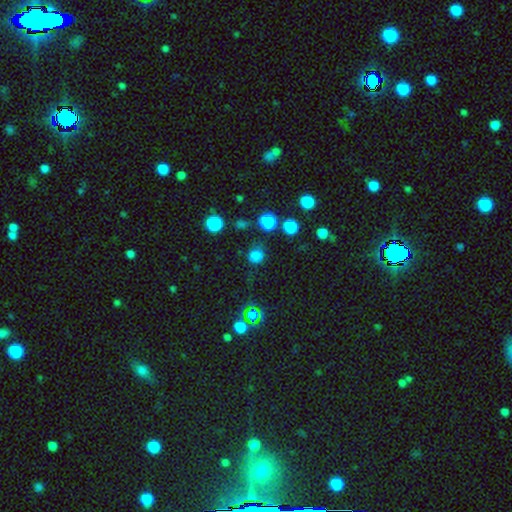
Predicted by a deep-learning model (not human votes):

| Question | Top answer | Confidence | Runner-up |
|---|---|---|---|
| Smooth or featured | smooth | 73% | star or artifact (22%) |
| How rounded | round | 85% | in between (14%) |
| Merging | none | 79% | minor disturbance (13%) |